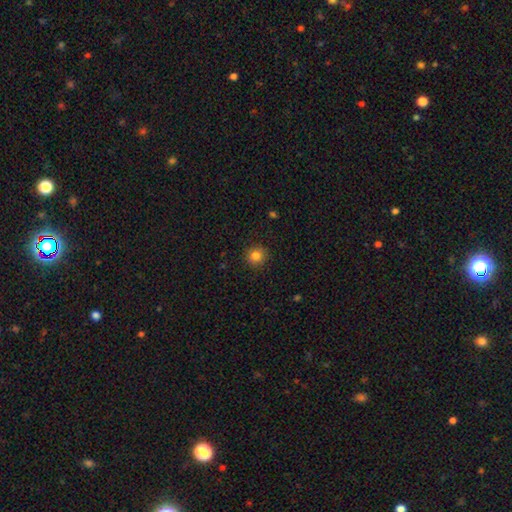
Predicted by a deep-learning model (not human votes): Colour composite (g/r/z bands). It shows a smooth galaxy with no disk features (83%) that is round (93%). Merging: none (91%).